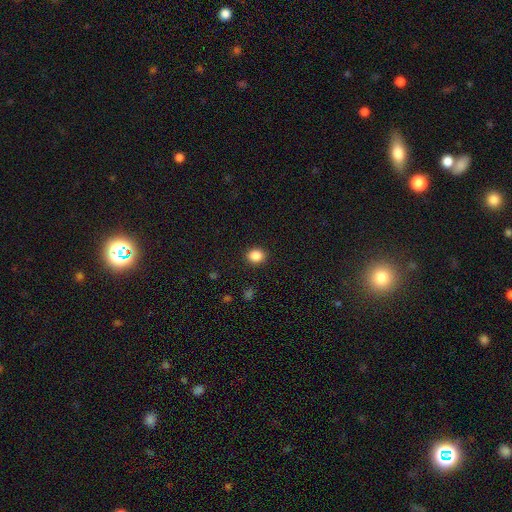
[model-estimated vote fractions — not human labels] smooth 87%, star or artifact 10%, featured or disk 3%. Down the decision tree: how rounded — round (65%); merging — none (91%).